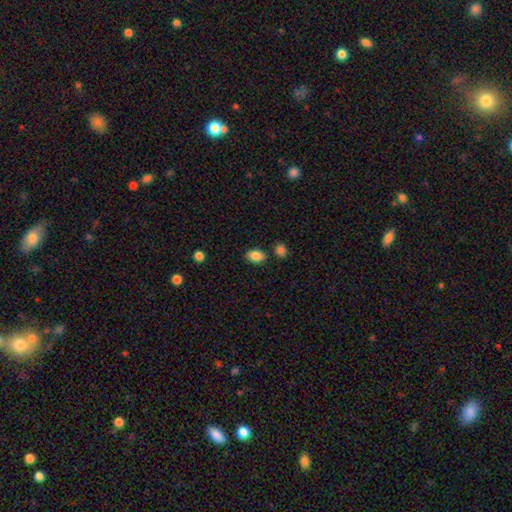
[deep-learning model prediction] A smooth galaxy with no disk features (87%) that is in between round and cigar-shaped (83%). Merging: none (80%).